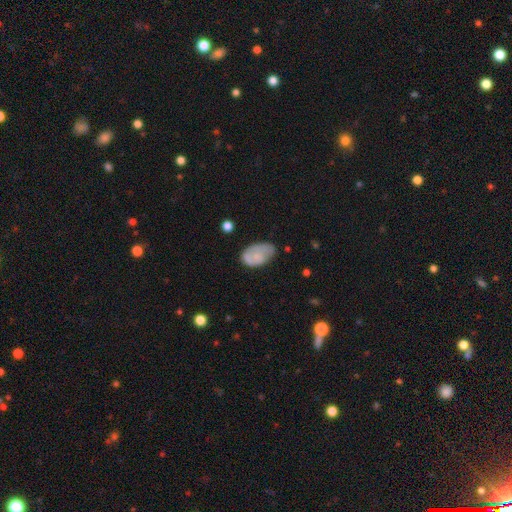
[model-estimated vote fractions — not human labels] Q: Smooth or featured?
A: smooth (63%); runner-up: featured or disk (30%)
Q: How rounded?
A: in between (90%); runner-up: round (8%)
Q: Merging?
A: none (51%); runner-up: minor disturbance (34%)